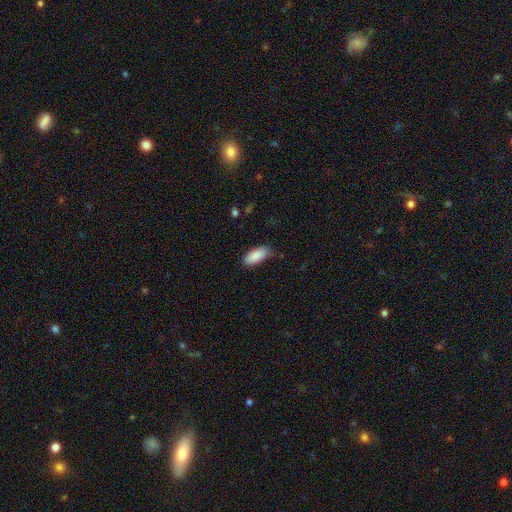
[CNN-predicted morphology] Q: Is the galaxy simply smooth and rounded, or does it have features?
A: smooth — 89%.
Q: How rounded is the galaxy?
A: in between — 88%.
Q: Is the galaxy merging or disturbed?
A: none — 75%.